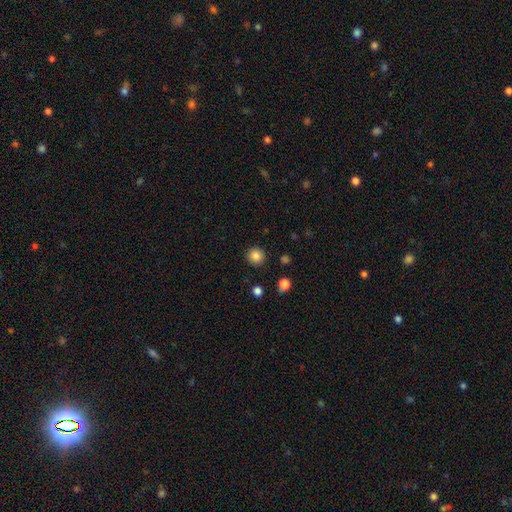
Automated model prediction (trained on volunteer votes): Morphology: type=smooth (86%); roundness=round (93%); merging=none (90%).